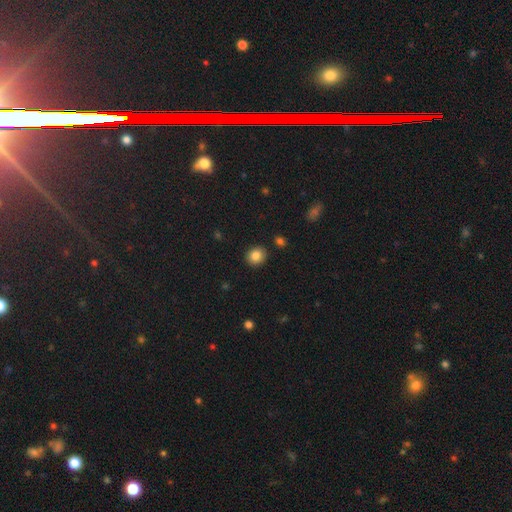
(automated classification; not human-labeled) Morphology: type=smooth (85%); roundness=round (75%); merging=none (90%).